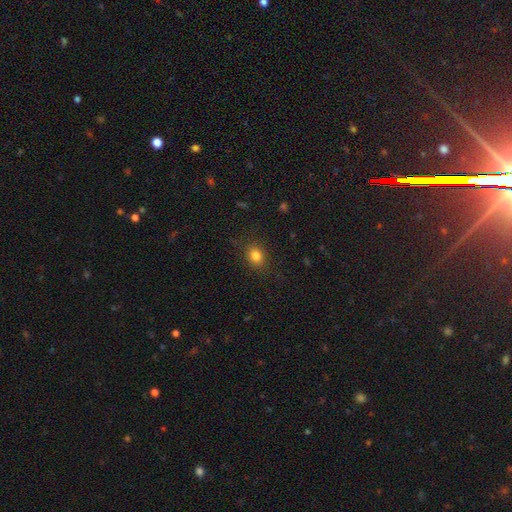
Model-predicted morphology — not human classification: Q: Smooth or featured?
A: smooth (81%); runner-up: star or artifact (12%)
Q: How rounded?
A: round (53%); runner-up: in between (46%)
Q: Merging?
A: none (84%); runner-up: minor disturbance (11%)